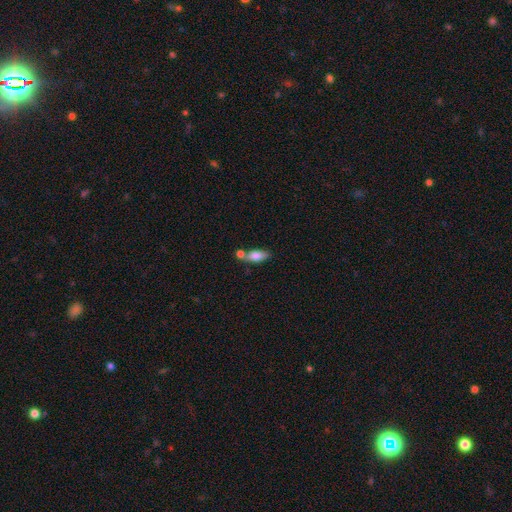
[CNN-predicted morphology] This appears to be a smooth galaxy with no disk features (76%) that is in between round and cigar-shaped (80%). Merging: none (49%).